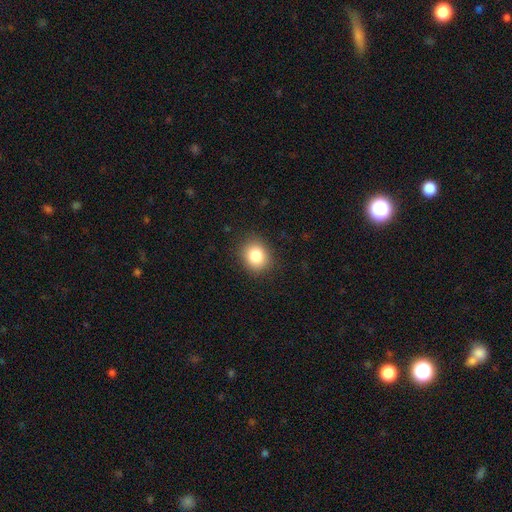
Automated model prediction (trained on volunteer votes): The model was most divided on "how rounded": round: 67%, in between: 32%, cigar-shaped: 1%. More confident: merging — none (88%); smooth or featured — smooth (83%).